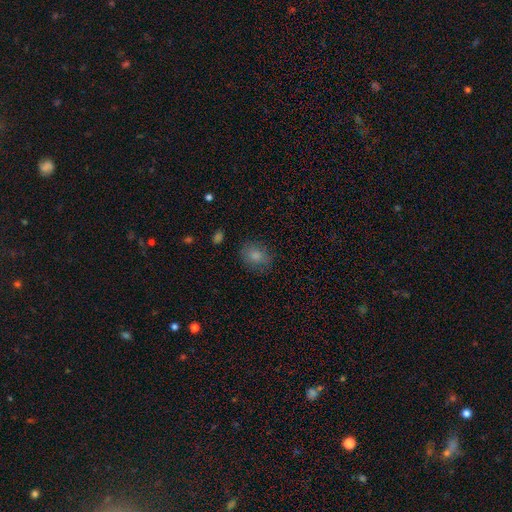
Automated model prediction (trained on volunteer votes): Morphology: type=smooth (82%); roundness=in between (54%); merging=none (80%).